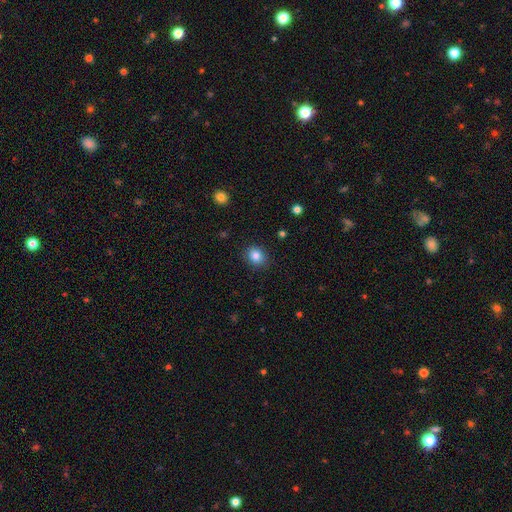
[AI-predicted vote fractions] smooth 85%, star or artifact 10%, featured or disk 5%. Down the decision tree: how rounded — round (61%); merging — none (88%).